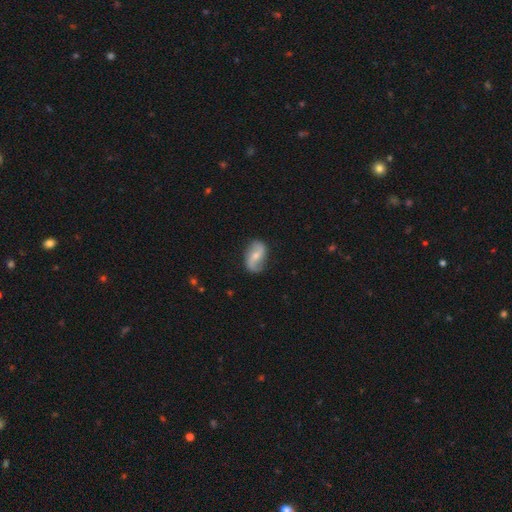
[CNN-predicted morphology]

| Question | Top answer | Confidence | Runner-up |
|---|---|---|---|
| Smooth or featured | featured or disk | 70% | smooth (24%) |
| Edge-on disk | no | 96% | yes (4%) |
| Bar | weak | 41% | no (35%) |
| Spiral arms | yes | 91% | no (9%) |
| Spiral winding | loose | 73% | medium (19%) |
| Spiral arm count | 2 | 90% | can't tell (4%) |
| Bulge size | small | 50% | moderate (43%) |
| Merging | none | 78% | minor disturbance (16%) |